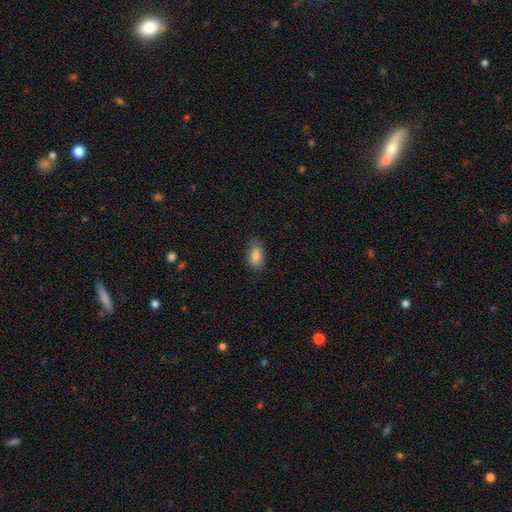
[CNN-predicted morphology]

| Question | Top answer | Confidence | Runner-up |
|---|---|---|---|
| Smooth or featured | smooth | 86% | star or artifact (8%) |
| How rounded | in between | 90% | cigar-shaped (5%) |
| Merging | none | 79% | minor disturbance (17%) |